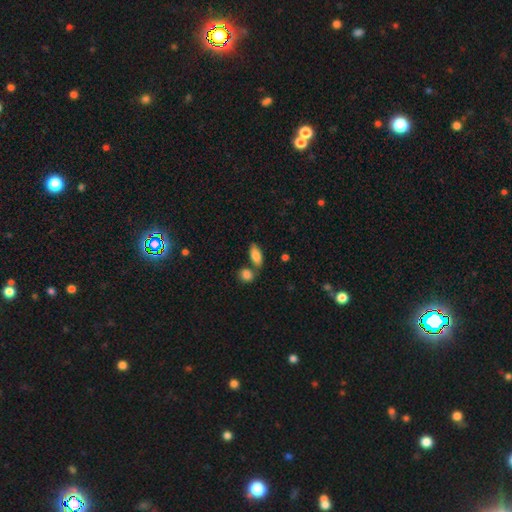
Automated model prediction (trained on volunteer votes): Smooth or featured: smooth — 84% (featured or disk — 9%)
How rounded: in between — 84% (cigar-shaped — 12%)
Merging: none — 63% (merger — 22%)